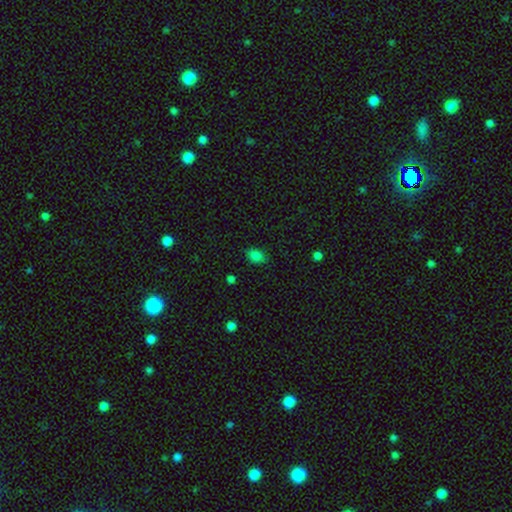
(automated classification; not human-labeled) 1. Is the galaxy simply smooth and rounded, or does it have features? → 83% smooth, 12% star or artifact, 5% featured or disk.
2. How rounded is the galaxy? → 78% in between, 20% round, 2% cigar-shaped.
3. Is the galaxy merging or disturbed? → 82% none, 14% minor disturbance, 3% major disturbance, 1% merger.